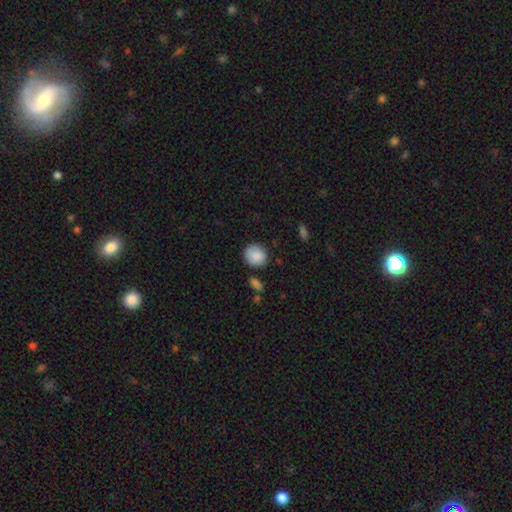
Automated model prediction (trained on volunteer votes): Smooth or featured?
  - smooth: 88% *
  - star or artifact: 7%
  - featured or disk: 5%
How rounded?
  - round: 81% *
  - in between: 18%
  - cigar-shaped: 1%
Merging?
  - none: 82% *
  - minor disturbance: 12%
  - merger: 3%
  - major disturbance: 3%